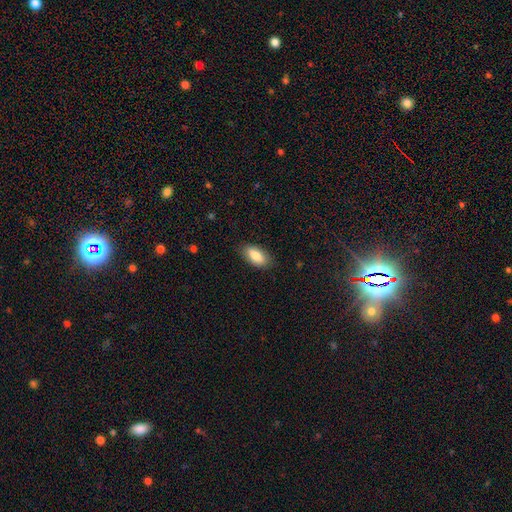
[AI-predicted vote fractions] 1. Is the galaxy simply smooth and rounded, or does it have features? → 83% smooth, 11% featured or disk, 6% star or artifact.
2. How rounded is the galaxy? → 91% in between, 7% cigar-shaped, 3% round.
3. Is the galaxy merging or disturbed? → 84% none, 12% minor disturbance, 3% major disturbance, 1% merger.